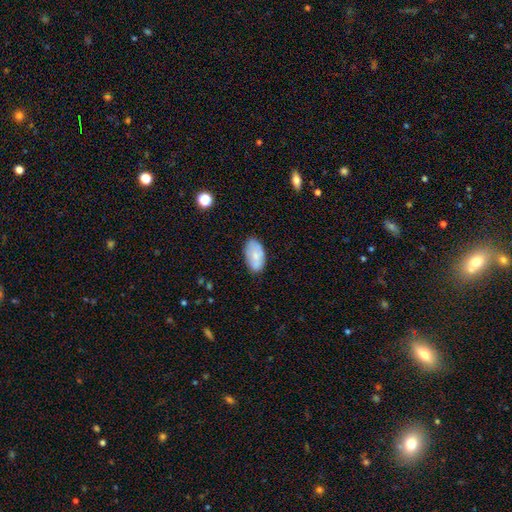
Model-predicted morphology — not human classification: Smooth or featured: smooth — 71% (featured or disk — 22%)
How rounded: in between — 94% (round — 4%)
Merging: none — 71% (minor disturbance — 22%)